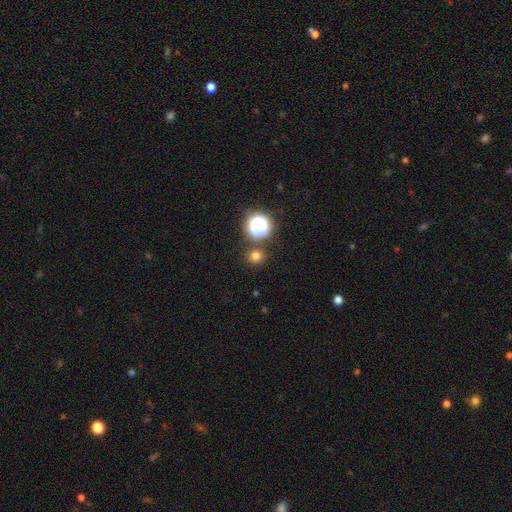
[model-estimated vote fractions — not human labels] A smooth galaxy with no disk features (71%) that is round (91%). Merging: none (84%).